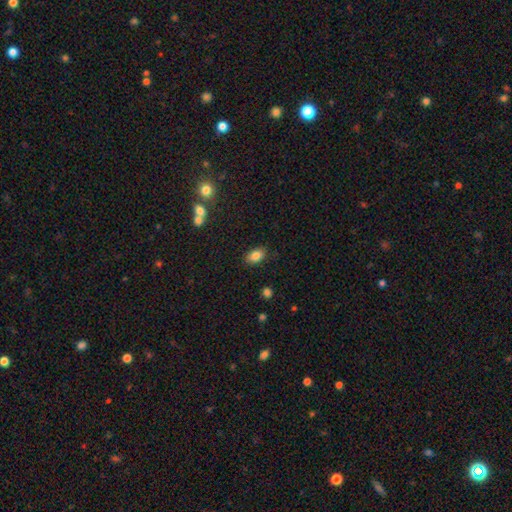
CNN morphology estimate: Smooth or featured?
  - smooth: 84% *
  - star or artifact: 9%
  - featured or disk: 7%
How rounded?
  - in between: 89% *
  - round: 9%
  - cigar-shaped: 2%
Merging?
  - none: 86% *
  - minor disturbance: 10%
  - major disturbance: 2%
  - merger: 2%